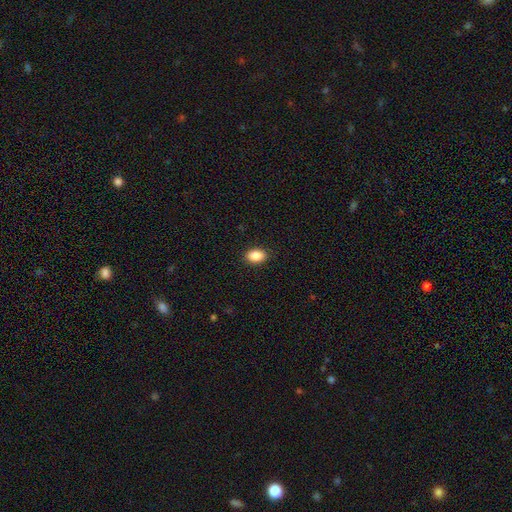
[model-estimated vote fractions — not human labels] The model was most divided on "how rounded": in between: 85%, round: 13%, cigar-shaped: 1%. More confident: merging — none (90%); smooth or featured — smooth (88%).